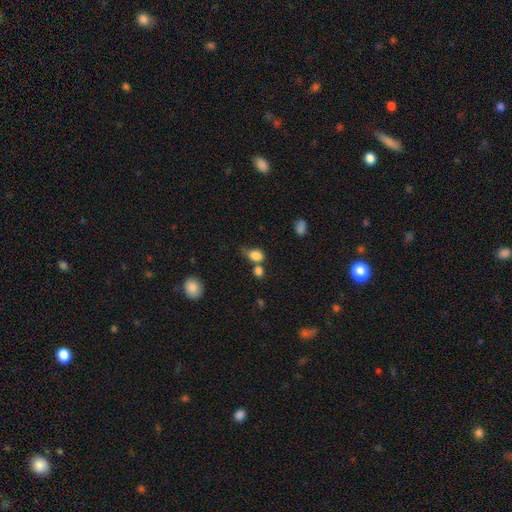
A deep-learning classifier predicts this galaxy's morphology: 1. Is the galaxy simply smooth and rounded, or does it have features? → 83% smooth, 10% star or artifact, 7% featured or disk.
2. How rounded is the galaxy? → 67% in between, 30% round, 2% cigar-shaped.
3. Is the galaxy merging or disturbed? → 38% none, 29% merger, 22% minor disturbance, 11% major disturbance.